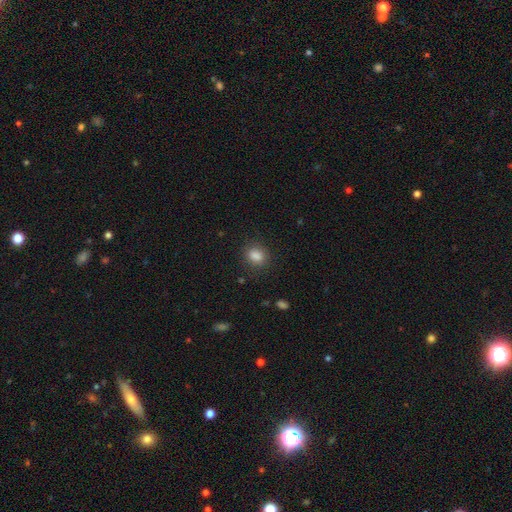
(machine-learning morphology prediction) Q: Smooth or featured?
A: smooth (85%); runner-up: star or artifact (10%)
Q: How rounded?
A: in between (54%); runner-up: round (44%)
Q: Merging?
A: none (83%); runner-up: minor disturbance (12%)